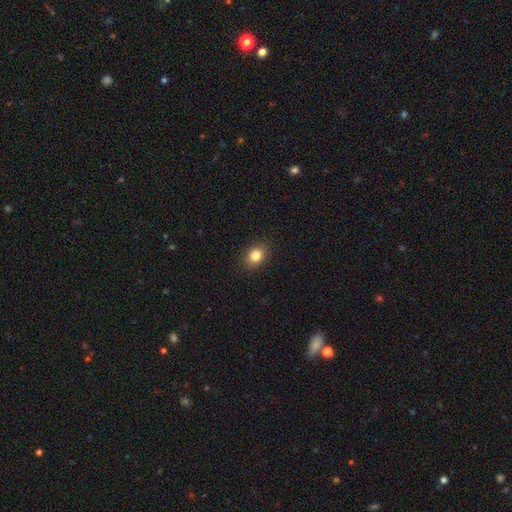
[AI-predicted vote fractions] Smooth or featured: smooth — 83% (star or artifact — 10%)
How rounded: in between — 59% (round — 40%)
Merging: none — 89% (minor disturbance — 8%)